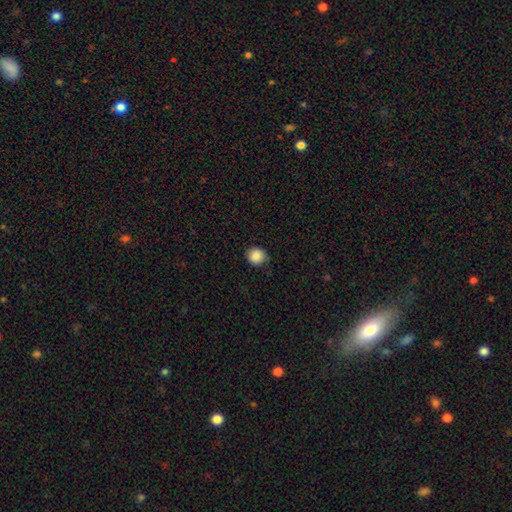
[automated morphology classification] Smooth or featured: smooth — 87% (star or artifact — 9%)
How rounded: round — 90% (in between — 9%)
Merging: none — 84% (minor disturbance — 13%)